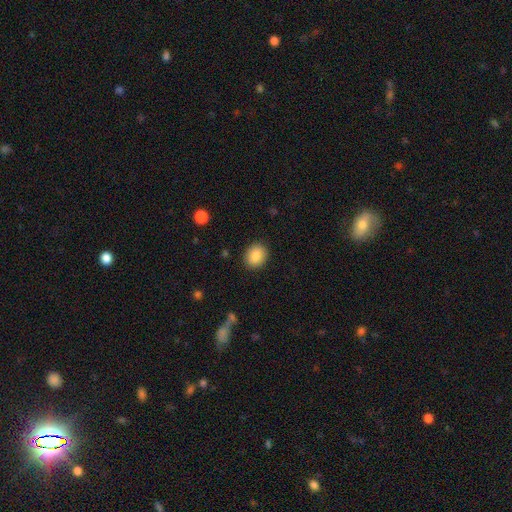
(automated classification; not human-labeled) smooth_or_featured: smooth (p=0.87) [alt: star or artifact p=0.08]
how_rounded: round (p=0.59) [alt: in between p=0.40]
merging: none (p=0.89) [alt: minor disturbance p=0.07]